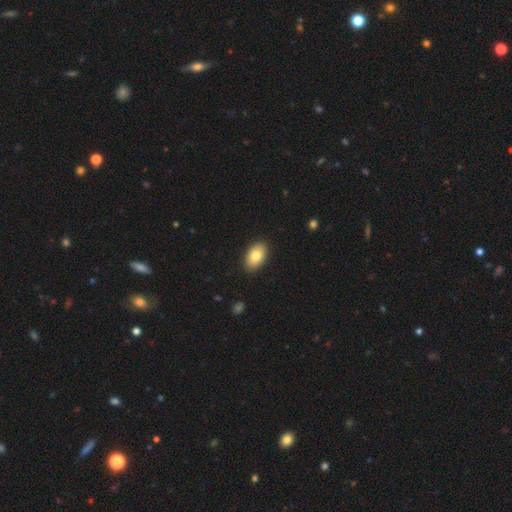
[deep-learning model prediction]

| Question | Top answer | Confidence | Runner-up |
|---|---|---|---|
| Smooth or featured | smooth | 81% | featured or disk (13%) |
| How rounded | in between | 93% | round (6%) |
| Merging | none | 89% | minor disturbance (9%) |